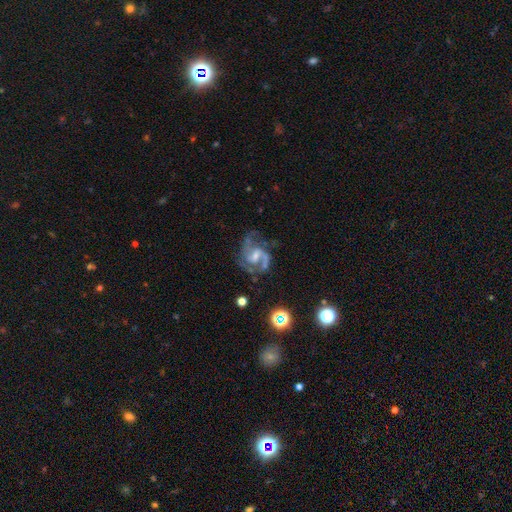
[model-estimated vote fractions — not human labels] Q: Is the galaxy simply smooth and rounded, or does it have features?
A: featured or disk — 86%.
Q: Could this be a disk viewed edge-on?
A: no — 98%.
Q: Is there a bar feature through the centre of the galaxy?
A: weak — 54%.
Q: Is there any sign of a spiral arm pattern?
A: yes — 95%.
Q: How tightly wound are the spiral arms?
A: medium — 57%.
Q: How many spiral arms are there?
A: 2 — 69%.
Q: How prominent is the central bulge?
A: small — 43%.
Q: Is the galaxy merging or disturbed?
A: none — 56%.